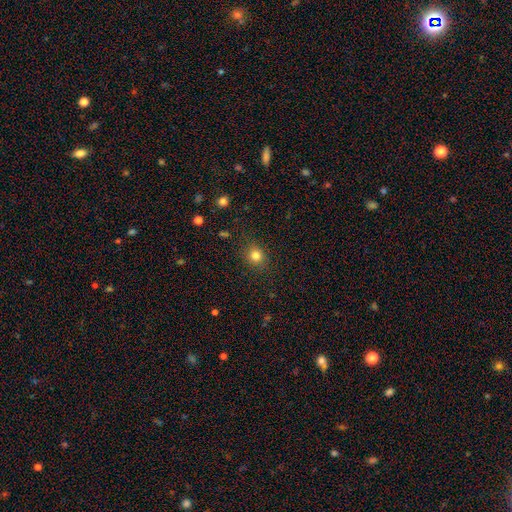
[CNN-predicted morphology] smooth_or_featured: smooth (p=0.81) [alt: star or artifact p=0.13]
how_rounded: round (p=0.77) [alt: in between p=0.22]
merging: none (p=0.87) [alt: minor disturbance p=0.09]